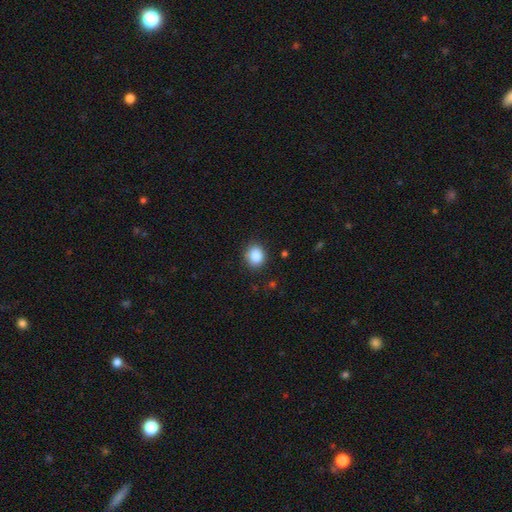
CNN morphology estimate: smooth_or_featured: smooth (p=0.87) [alt: star or artifact p=0.09]
how_rounded: round (p=0.66) [alt: in between p=0.33]
merging: none (p=0.85) [alt: minor disturbance p=0.11]